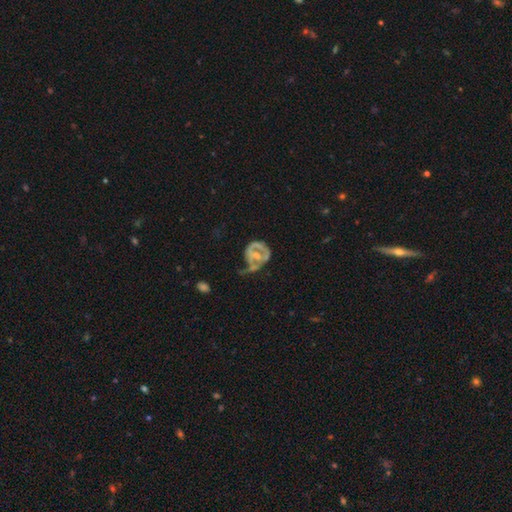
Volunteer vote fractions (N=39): Smooth or featured? featured or disk (69%)
Edge-on disk? no (96%)
Bar? no (58%)
Spiral arms? no (54%)
Bulge size? moderate (54%)
Merging? major disturbance (67%)